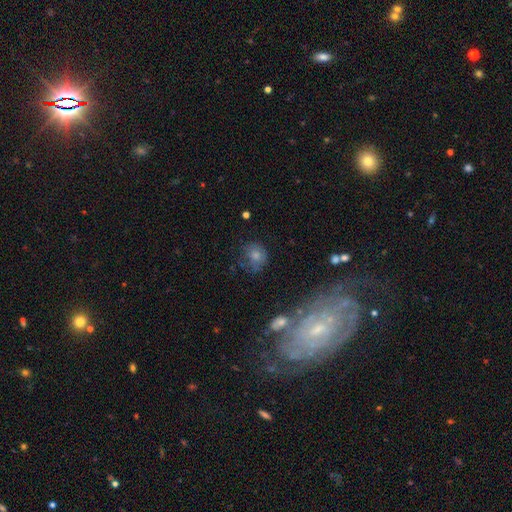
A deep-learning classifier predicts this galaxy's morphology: Smooth or featured?
  - smooth: 69% *
  - featured or disk: 19%
  - star or artifact: 11%
How rounded?
  - round: 70% *
  - in between: 28%
  - cigar-shaped: 1%
Merging?
  - none: 55% *
  - minor disturbance: 25%
  - major disturbance: 16%
  - merger: 4%